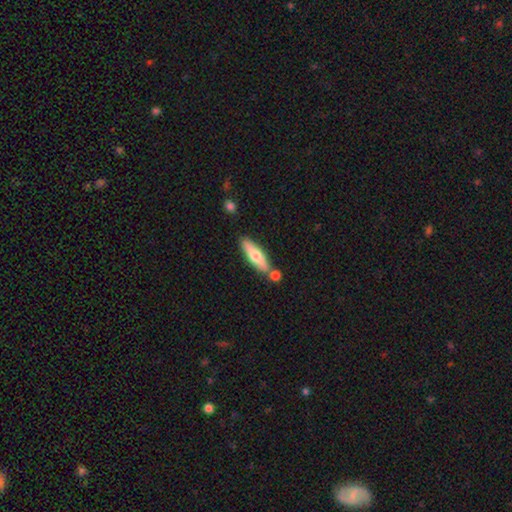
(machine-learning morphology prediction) type=smooth (63%); roundness=cigar-shaped (63%); merging=none (72%).